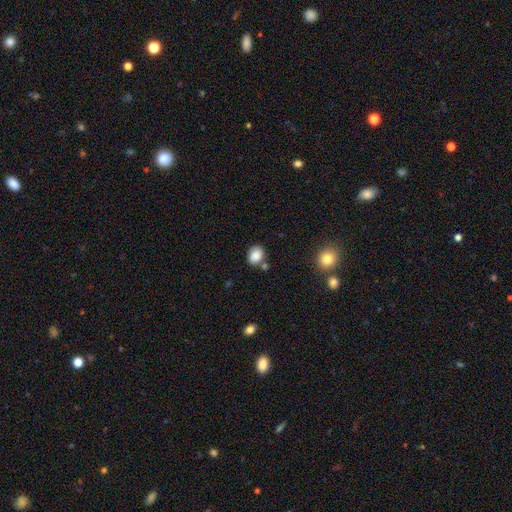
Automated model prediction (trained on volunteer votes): This is clearly a smooth galaxy (86%). How rounded: possibly in between (57%). Merging: likely none (66%).